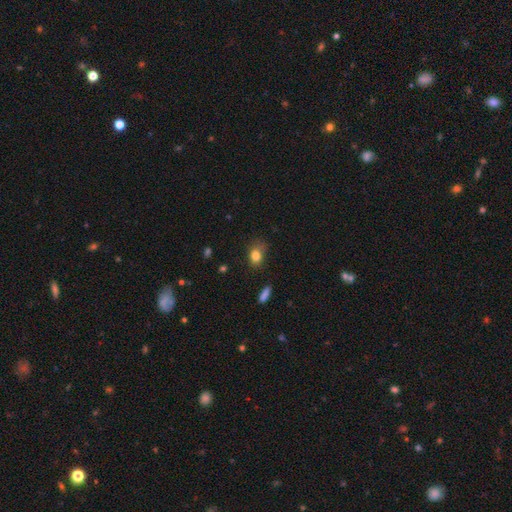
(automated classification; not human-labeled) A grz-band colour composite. It shows a smooth galaxy with no disk features (81%) that is in between round and cigar-shaped (65%). Merging: none (56%).